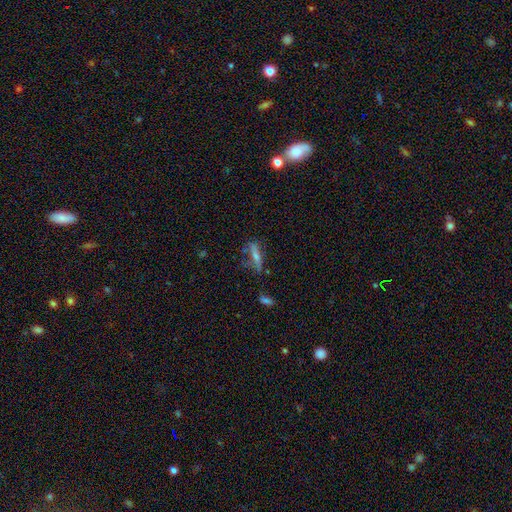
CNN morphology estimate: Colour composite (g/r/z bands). It shows a featured or disk galaxy (46%). Merging: none (58%).